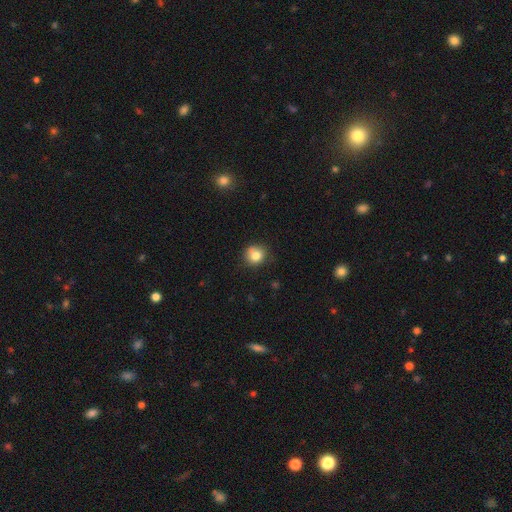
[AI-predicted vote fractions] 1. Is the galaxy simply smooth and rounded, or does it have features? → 80% smooth, 11% star or artifact, 9% featured or disk.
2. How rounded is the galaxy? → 84% round, 15% in between, 1% cigar-shaped.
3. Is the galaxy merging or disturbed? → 72% none, 20% minor disturbance, 4% major disturbance, 4% merger.